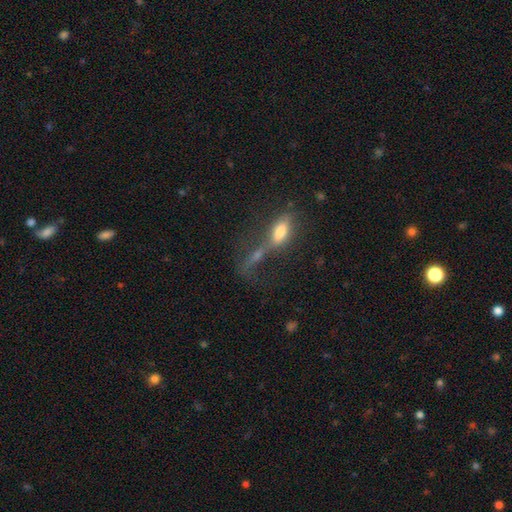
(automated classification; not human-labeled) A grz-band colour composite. It shows a smooth galaxy with no disk features (47%). Merging: merger (52%).